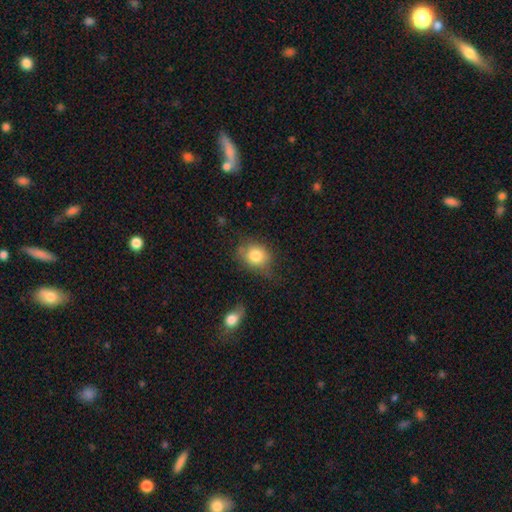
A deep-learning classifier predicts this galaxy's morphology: This appears to be a smooth galaxy with no disk features (80%) that is round (59%). Merging: none (60%).